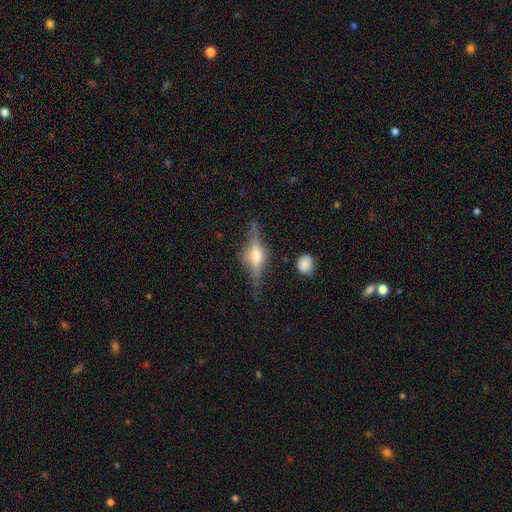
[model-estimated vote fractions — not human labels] Overall: featured or disk (79%). Edge-on disk: yes (95%). Edge-on bulge: rounded (91%). Merging: none (80%).